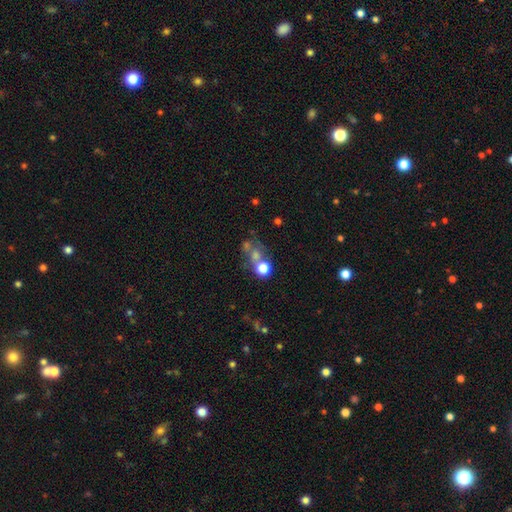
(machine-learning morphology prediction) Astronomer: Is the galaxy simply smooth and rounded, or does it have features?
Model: smooth — 53%.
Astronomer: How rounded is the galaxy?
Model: round — 78%.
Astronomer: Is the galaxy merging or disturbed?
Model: none — 43% (runner-up: merger, 36%).